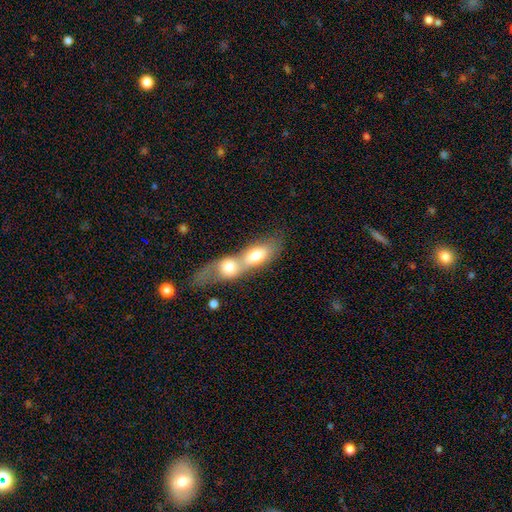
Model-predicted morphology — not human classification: Smooth or featured? smooth (68%)
How rounded? in between (73%)
Merging? merger (80%)